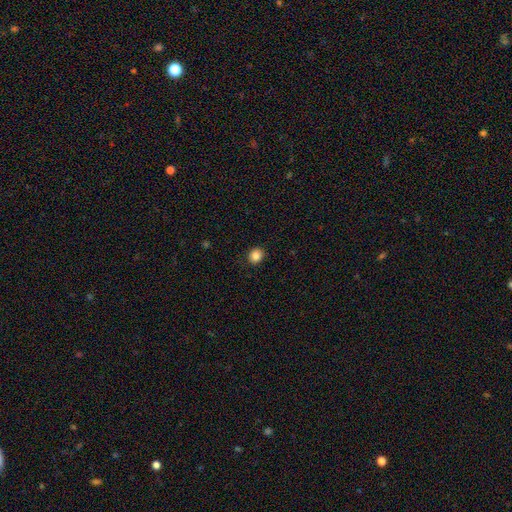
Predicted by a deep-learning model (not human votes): Overall: smooth (85%). How rounded: round (81%). Merging: none (90%).